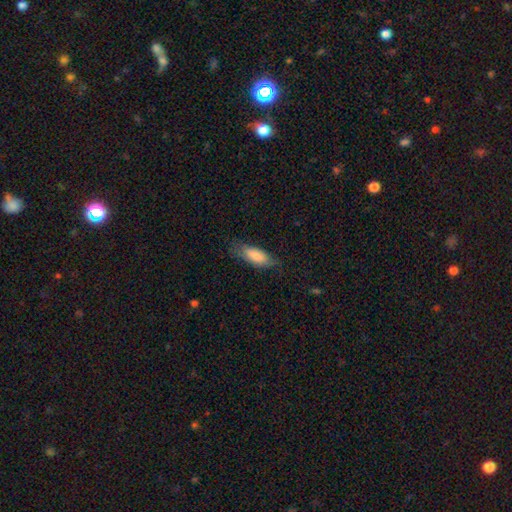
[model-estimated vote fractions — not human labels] Q: Smooth or featured?
A: smooth (82%); runner-up: featured or disk (12%)
Q: How rounded?
A: in between (75%); runner-up: cigar-shaped (23%)
Q: Merging?
A: none (67%); runner-up: minor disturbance (24%)